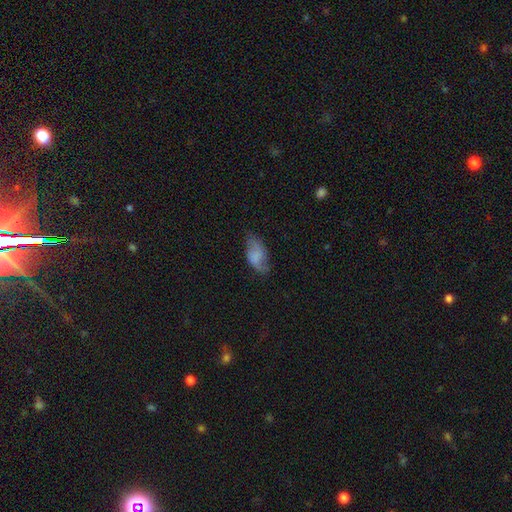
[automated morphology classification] Smooth or featured? Predicted: smooth (p=0.65). How rounded? Predicted: in between (p=0.93). Merging? Predicted: none (p=0.57).